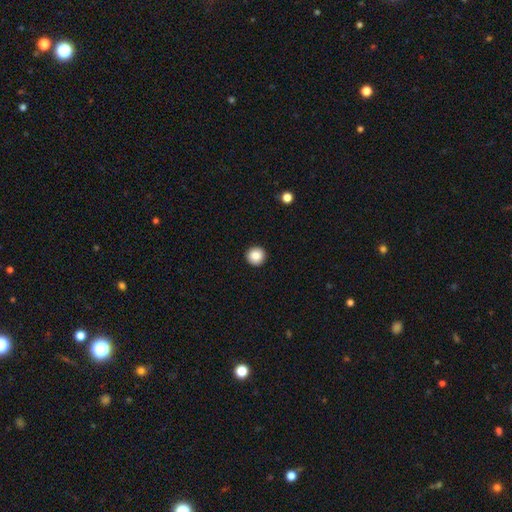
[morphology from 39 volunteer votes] type=smooth (90%); roundness=round (97%); merging=none (97%).